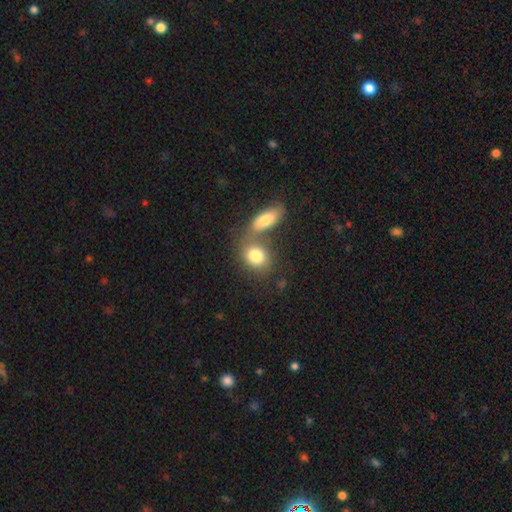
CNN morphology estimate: The model was most divided on "how rounded": in between: 54%, round: 44%, cigar-shaped: 2%. More confident: smooth or featured — smooth (80%); merging — merger (50%).